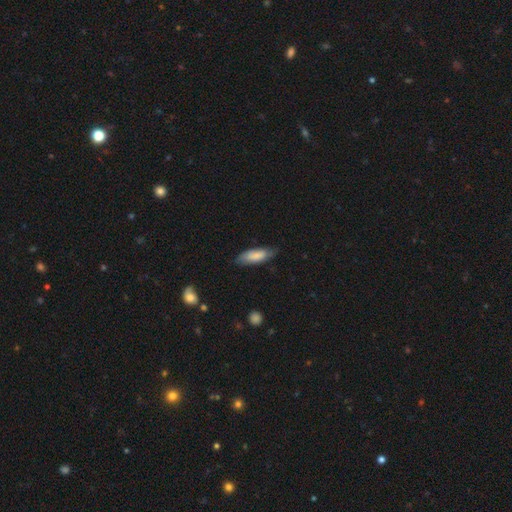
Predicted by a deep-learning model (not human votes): This is likely a smooth galaxy (79%). How rounded: likely in between (62%). Merging: likely none (74%).